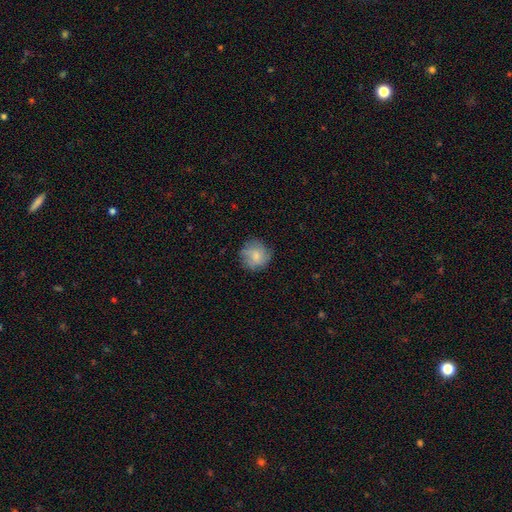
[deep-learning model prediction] Smooth or featured?
  - smooth: 69% *
  - featured or disk: 23%
  - star or artifact: 8%
How rounded?
  - round: 90% *
  - in between: 9%
  - cigar-shaped: 1%
Merging?
  - none: 79% *
  - minor disturbance: 15%
  - major disturbance: 5%
  - merger: 1%